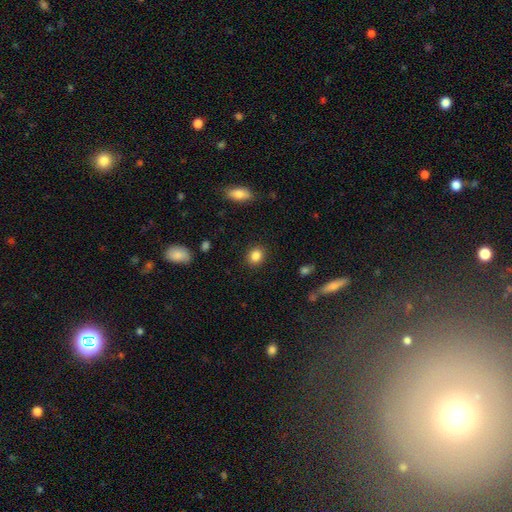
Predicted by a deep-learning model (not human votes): Overall: smooth (86%). How rounded: round (58%; in between 40%). Merging: none (89%).